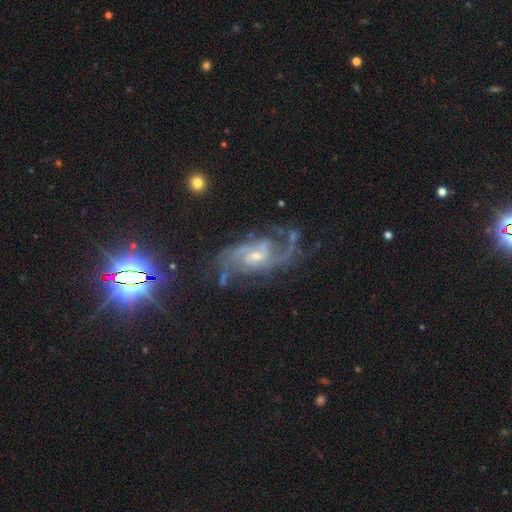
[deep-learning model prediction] smooth_or_featured: featured or disk (p=0.85) [alt: star or artifact p=0.11]
disk_edge_on: no (p=0.96) [alt: yes p=0.04]
bar: no (p=0.45) [alt: weak p=0.44]
has_spiral_arms: yes (p=0.97) [alt: no p=0.03]
spiral_winding: medium (p=0.50) [alt: tight p=0.27]
spiral_arm_count: 2 (p=0.51) [alt: can't tell p=0.17]
bulge_size: small (p=0.58) [alt: moderate p=0.36]
merging: none (p=0.64) [alt: minor disturbance p=0.19]